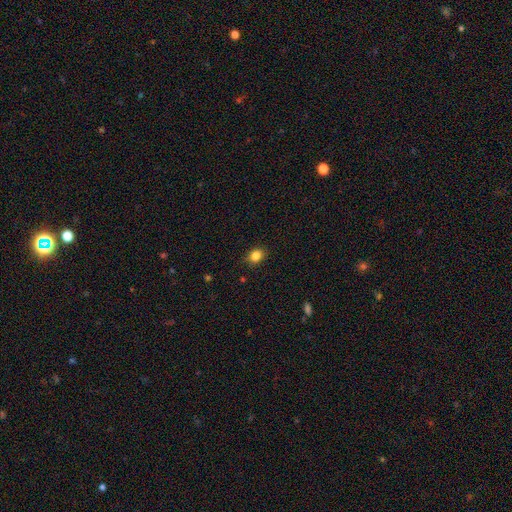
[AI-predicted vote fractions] Smooth or featured: smooth — 84% (star or artifact — 11%)
How rounded: round — 58% (in between — 41%)
Merging: none — 87% (minor disturbance — 10%)